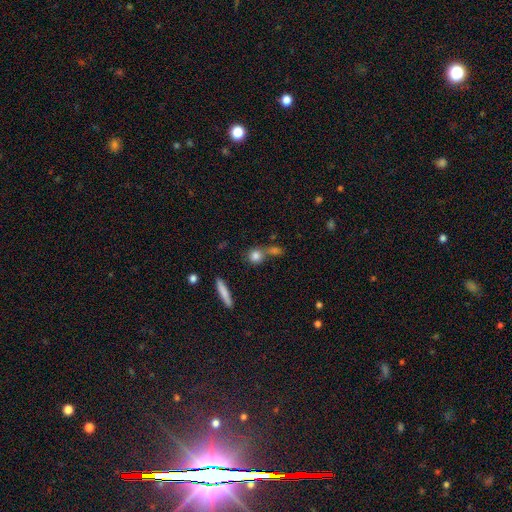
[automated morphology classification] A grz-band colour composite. It shows a smooth galaxy with no disk features (80%) that is round (78%). Merging: none (52%).